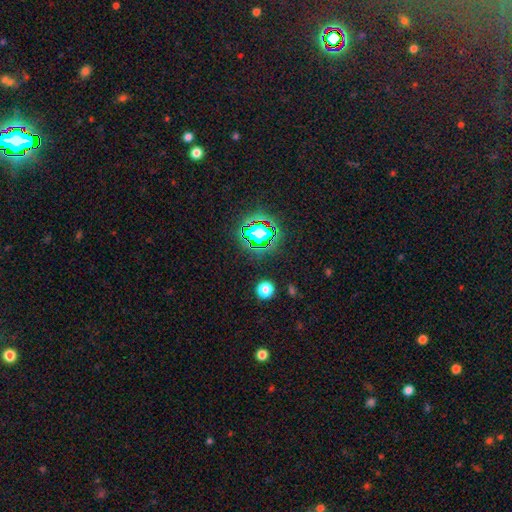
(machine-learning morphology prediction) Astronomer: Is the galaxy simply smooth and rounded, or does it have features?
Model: star or artifact — 81%.